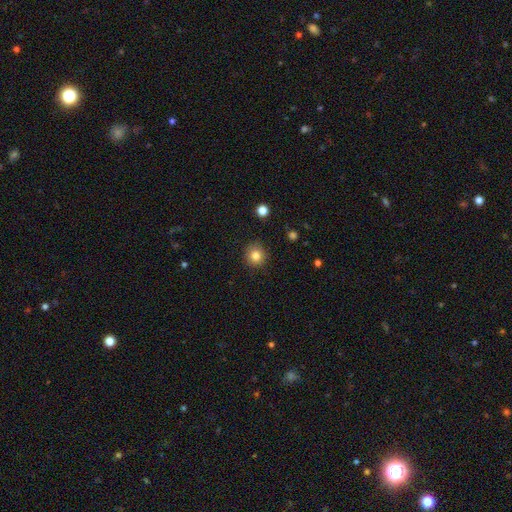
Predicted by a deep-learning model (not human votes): smooth_or_featured: smooth (p=0.82) [alt: star or artifact p=0.11]
how_rounded: round (p=0.92) [alt: in between p=0.07]
merging: none (p=0.89) [alt: minor disturbance p=0.07]